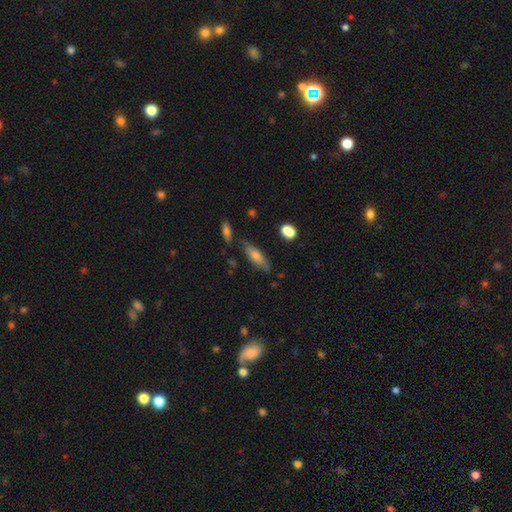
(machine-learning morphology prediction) Q: Smooth or featured?
A: smooth (66%); runner-up: featured or disk (25%)
Q: How rounded?
A: in between (51%); runner-up: cigar-shaped (46%)
Q: Merging?
A: none (76%); runner-up: minor disturbance (15%)